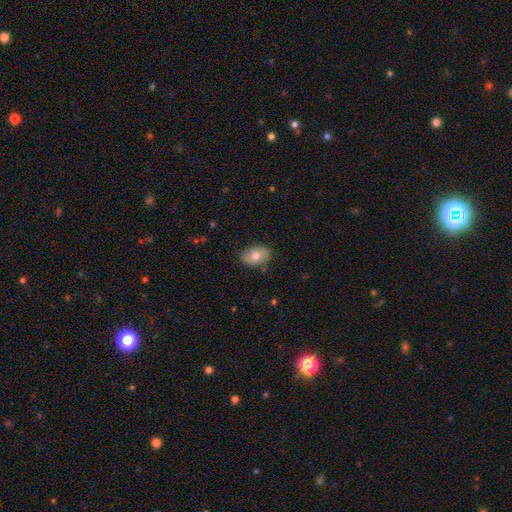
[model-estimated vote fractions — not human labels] The model was most divided on "smooth or featured": smooth: 76%, featured or disk: 16%, star or artifact: 7%. More confident: how rounded — in between (87%); merging — none (84%).